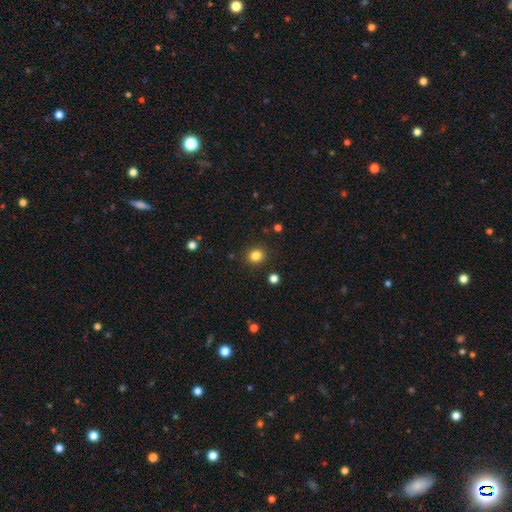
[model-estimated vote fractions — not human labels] smooth 83%, star or artifact 12%, featured or disk 5%. Down the decision tree: how rounded — round (80%); merging — none (90%).